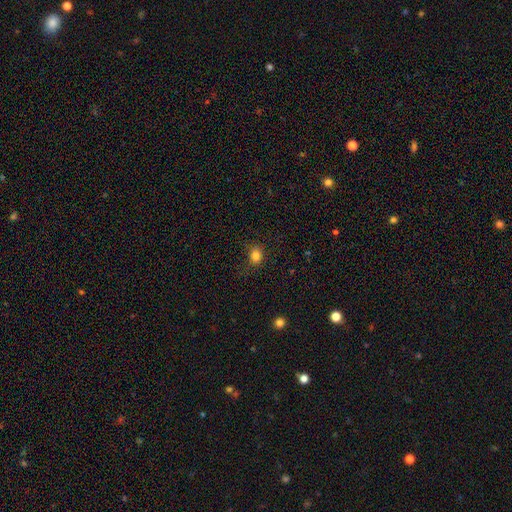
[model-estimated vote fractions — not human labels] Smooth or featured: smooth — 82% (star or artifact — 13%)
How rounded: in between — 54% (round — 45%)
Merging: none — 75% (minor disturbance — 17%)